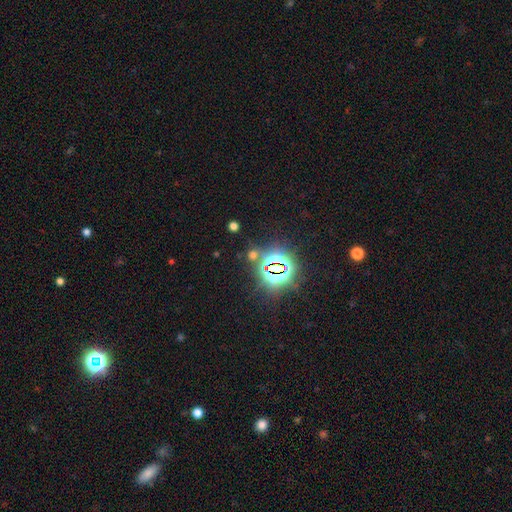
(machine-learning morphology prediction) smooth_or_featured: star or artifact (p=0.80) [alt: smooth p=0.13]